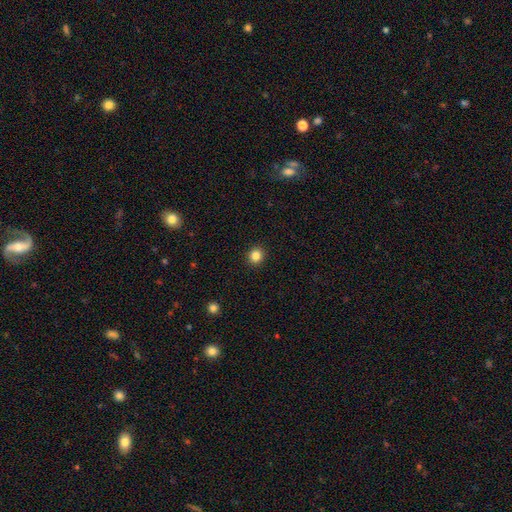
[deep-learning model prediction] smooth_or_featured: smooth (p=0.84) [alt: star or artifact p=0.12]
how_rounded: round (p=0.89) [alt: in between p=0.10]
merging: none (p=0.93) [alt: minor disturbance p=0.05]